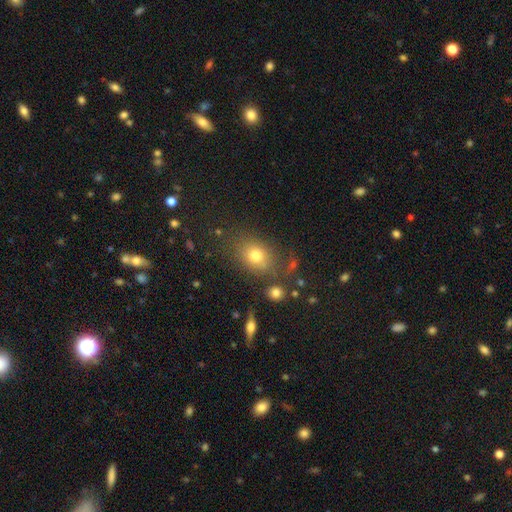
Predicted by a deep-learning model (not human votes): Smooth or featured: smooth — 76% (star or artifact — 13%)
How rounded: in between — 58% (round — 40%)
Merging: none — 71% (minor disturbance — 16%)